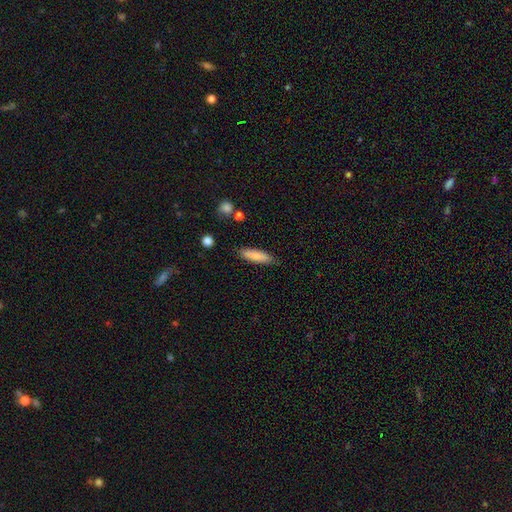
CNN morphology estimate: Smooth or featured: smooth — 83% (featured or disk — 10%)
How rounded: cigar-shaped — 65% (in between — 34%)
Merging: none — 84% (minor disturbance — 11%)